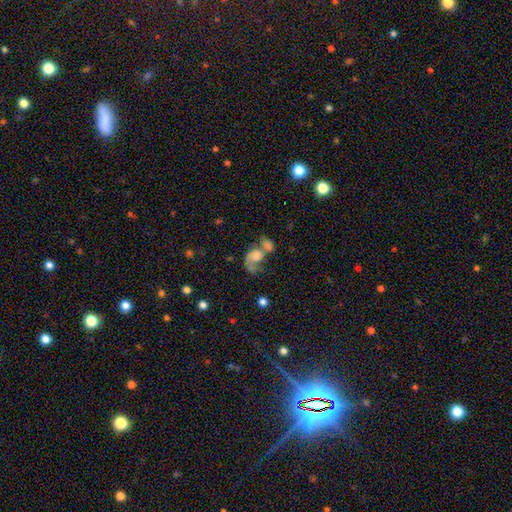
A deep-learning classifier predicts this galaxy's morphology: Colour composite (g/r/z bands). It shows a featured or disk galaxy (48%). Merging: merger (53%).